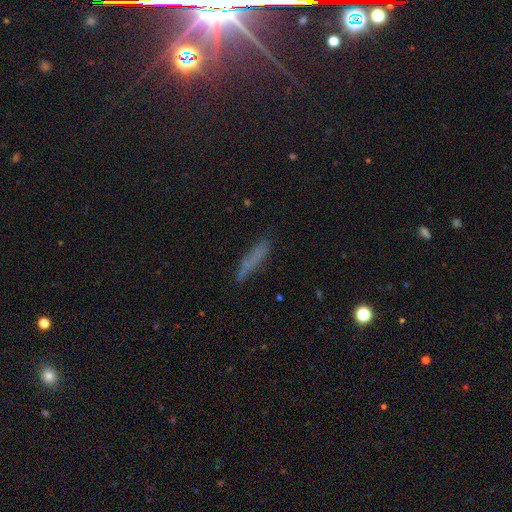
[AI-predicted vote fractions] A smooth galaxy with no disk features (49%). Merging: none (82%).